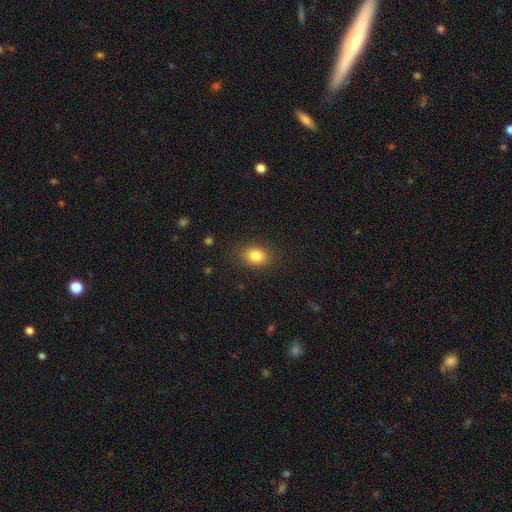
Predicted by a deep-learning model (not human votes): A smooth galaxy with no disk features (85%) that is in between round and cigar-shaped (65%). Merging: none (84%).